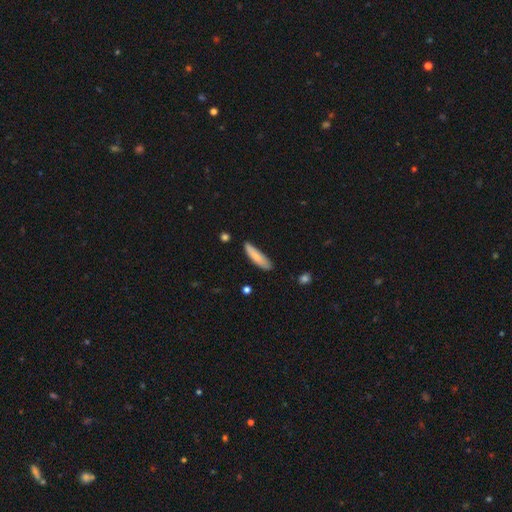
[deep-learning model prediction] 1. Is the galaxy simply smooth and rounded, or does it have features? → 81% smooth, 13% featured or disk, 6% star or artifact.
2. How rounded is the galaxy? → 72% cigar-shaped, 26% in between, 1% round.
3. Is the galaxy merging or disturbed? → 76% none, 19% minor disturbance, 3% major disturbance, 2% merger.